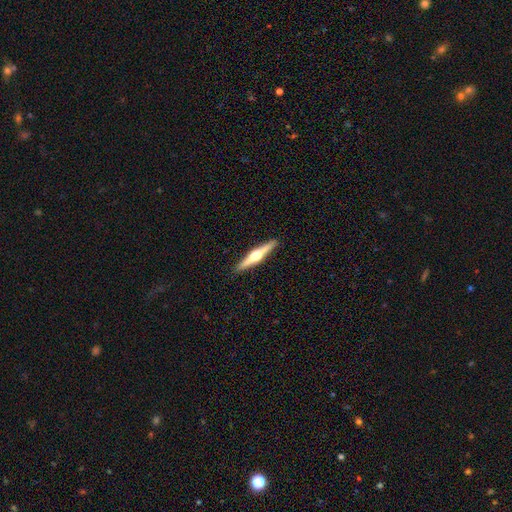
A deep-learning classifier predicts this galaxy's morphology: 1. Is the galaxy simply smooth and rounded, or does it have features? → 76% featured or disk, 20% smooth, 5% star or artifact.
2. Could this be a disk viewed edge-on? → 98% yes, 2% no.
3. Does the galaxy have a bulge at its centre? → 96% rounded, 2% boxy, 2% none.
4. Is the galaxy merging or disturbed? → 92% none, 6% minor disturbance, 1% major disturbance, 1% merger.